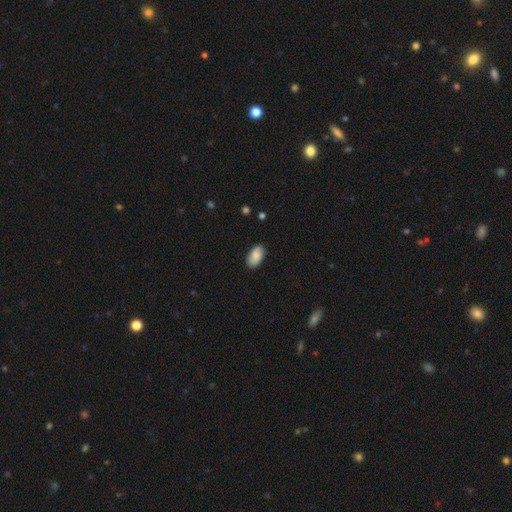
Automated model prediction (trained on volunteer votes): smooth-or-featured: smooth: 84% | featured or disk: 10% | star or artifact: 7%
  how-rounded: in between: 95% | round: 3% | cigar-shaped: 2%
  merging: none: 85% | minor disturbance: 11% | major disturbance: 2% | merger: 1%